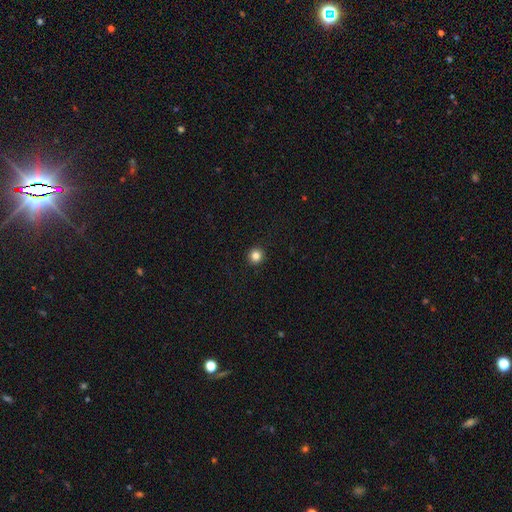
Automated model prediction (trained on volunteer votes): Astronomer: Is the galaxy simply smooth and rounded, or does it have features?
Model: smooth — 84%.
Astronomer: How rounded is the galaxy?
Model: round — 95%.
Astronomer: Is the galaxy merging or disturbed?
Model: none — 94%.